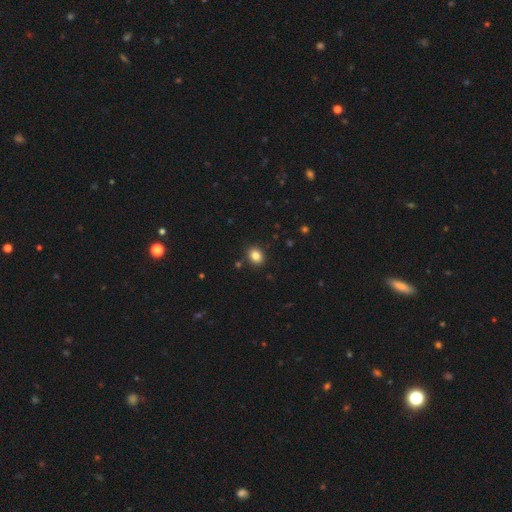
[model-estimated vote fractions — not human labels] The model was most divided on "how rounded": in between: 52%, round: 47%, cigar-shaped: 1%. More confident: merging — none (89%); smooth or featured — smooth (85%).